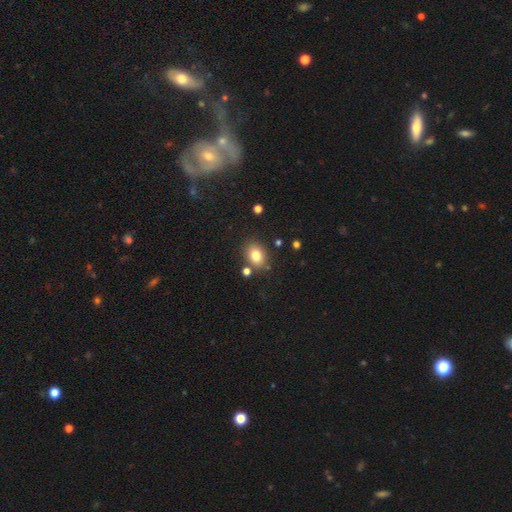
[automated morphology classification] Smooth or featured: smooth — 80% (star or artifact — 11%)
How rounded: in between — 61% (round — 38%)
Merging: none — 79% (minor disturbance — 11%)